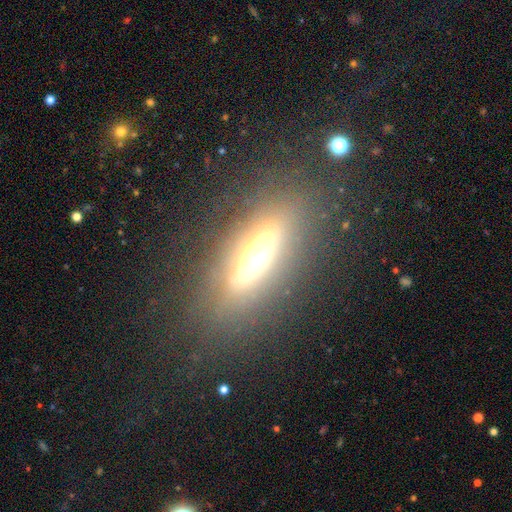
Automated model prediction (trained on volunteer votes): This appears to be a featured or disk galaxy (49%). Merging: none (81%).